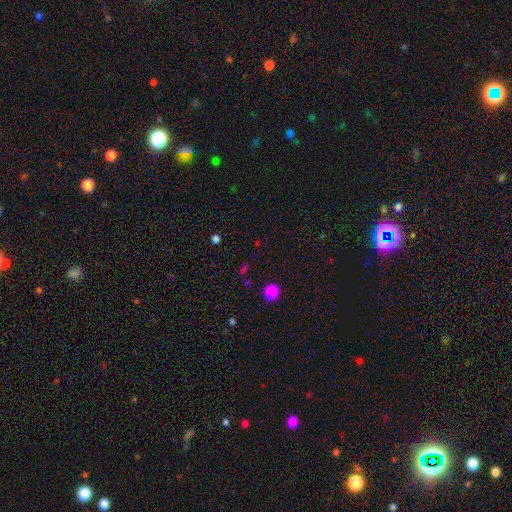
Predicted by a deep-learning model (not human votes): A smooth galaxy with no disk features (56%) that is round (78%). Merging: none (85%).